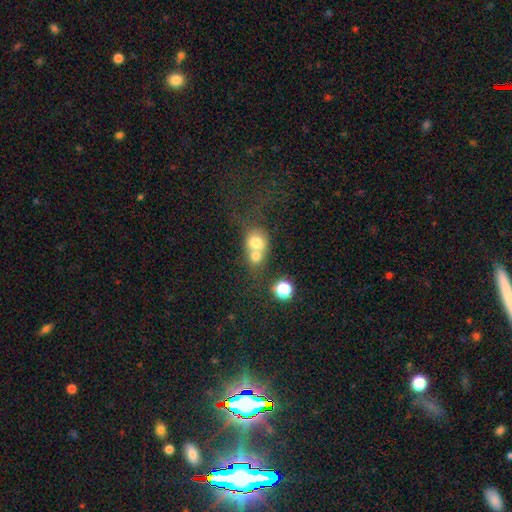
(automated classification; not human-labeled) Q: Smooth or featured?
A: smooth (68%); runner-up: featured or disk (19%)
Q: How rounded?
A: round (70%); runner-up: in between (29%)
Q: Merging?
A: merger (70%); runner-up: none (20%)